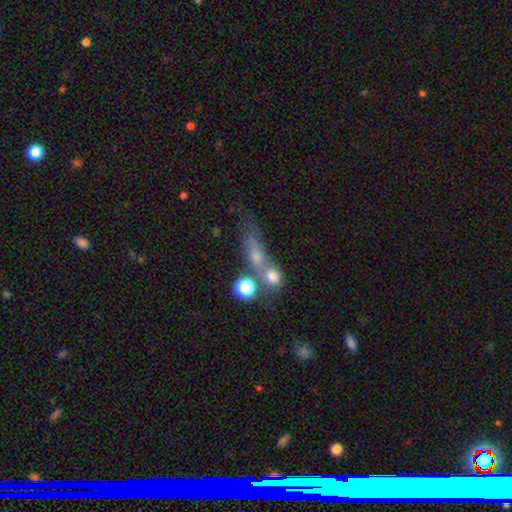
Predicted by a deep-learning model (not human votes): This appears to be a smooth galaxy with no disk features (52%) that is cigar-shaped (41%). Merging: none (38%).